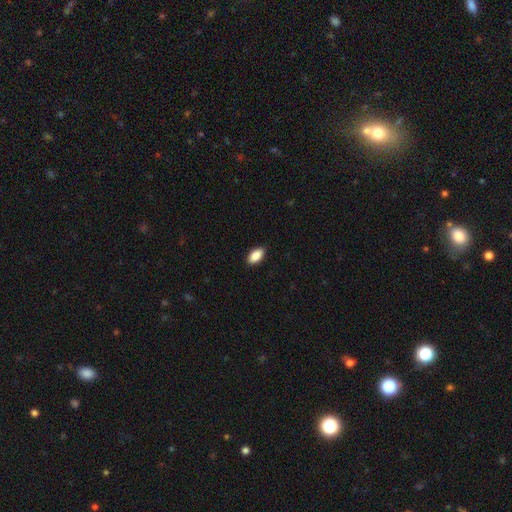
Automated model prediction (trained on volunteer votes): The model was most divided on "merging": none: 88%, minor disturbance: 9%, major disturbance: 2%, merger: 1%. More confident: how rounded — in between (92%); smooth or featured — smooth (88%).